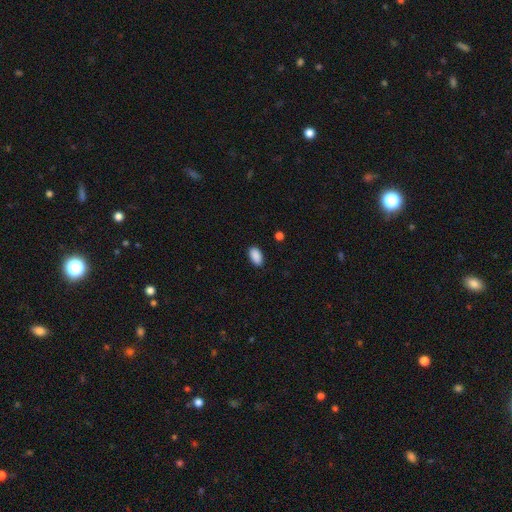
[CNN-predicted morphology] The model was most divided on "merging": none: 87%, minor disturbance: 9%, major disturbance: 2%, merger: 1%. More confident: how rounded — in between (94%); smooth or featured — smooth (90%).